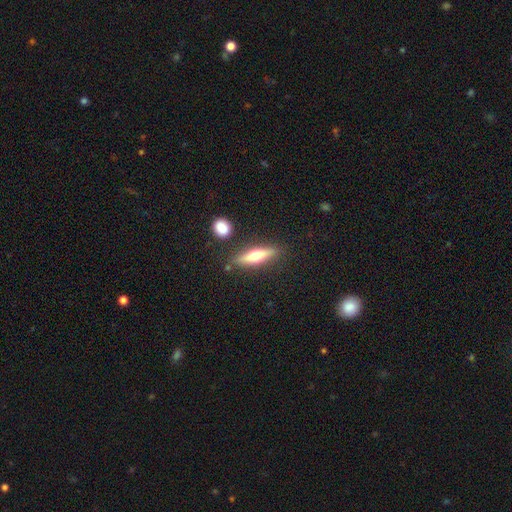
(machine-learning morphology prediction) This is possibly a featured or disk galaxy (49%). Merging: clearly none (81%).